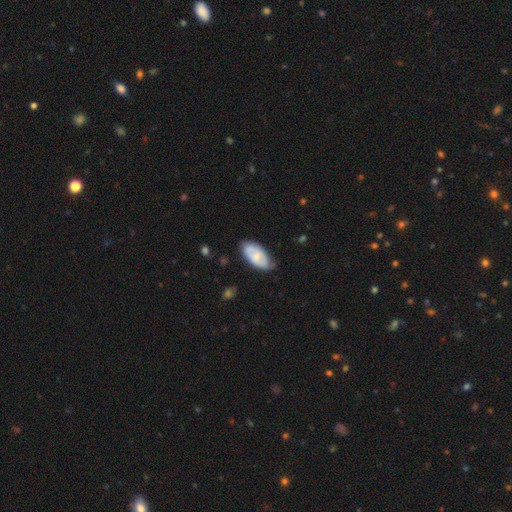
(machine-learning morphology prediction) A smooth galaxy with no disk features (60%) that is in between round and cigar-shaped (94%).

Vote fractions:
- Smooth or featured? smooth: 60% / featured or disk: 34% / star or artifact: 6%
- How rounded? in between: 94% / cigar-shaped: 4% / round: 2%
- Merging? none: 64% / minor disturbance: 29% / major disturbance: 5% / merger: 2%